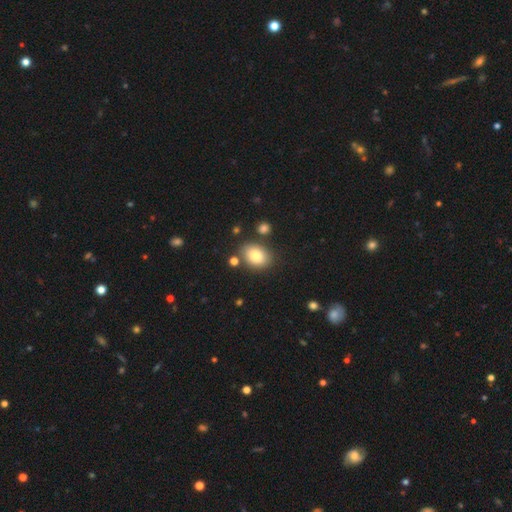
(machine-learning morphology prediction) type=smooth (82%); roundness=in between (72%); merging=none (78%).